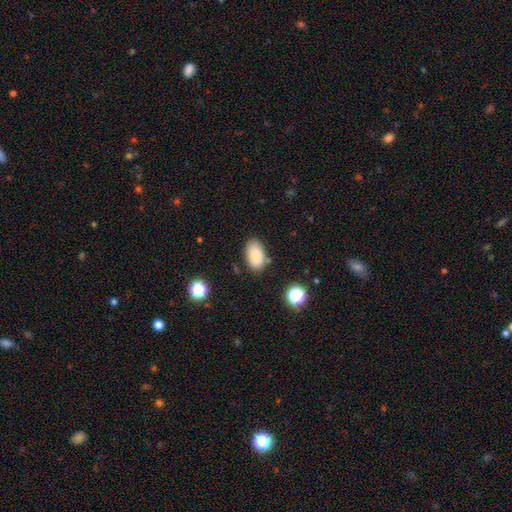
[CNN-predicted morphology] smooth_or_featured: smooth (p=0.83) [alt: star or artifact p=0.09]
how_rounded: in between (p=0.93) [alt: round p=0.06]
merging: none (p=0.80) [alt: minor disturbance p=0.14]